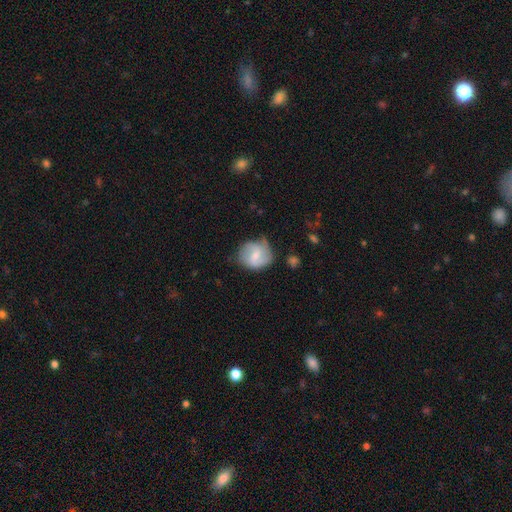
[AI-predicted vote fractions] Morphology: type=featured or disk (48%); merging=none (58%).